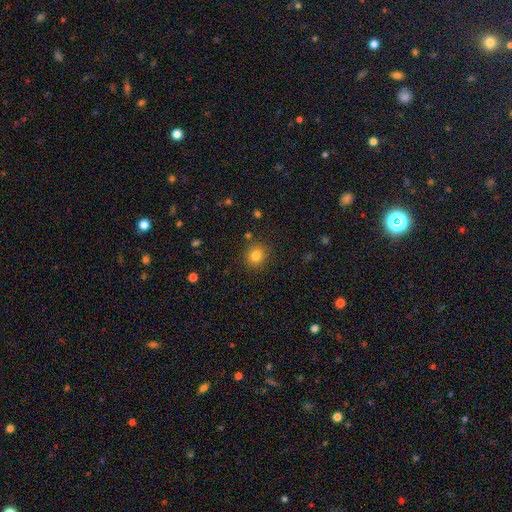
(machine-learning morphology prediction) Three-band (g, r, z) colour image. It shows a smooth galaxy with no disk features (81%) that is round (84%). Merging: none (85%).